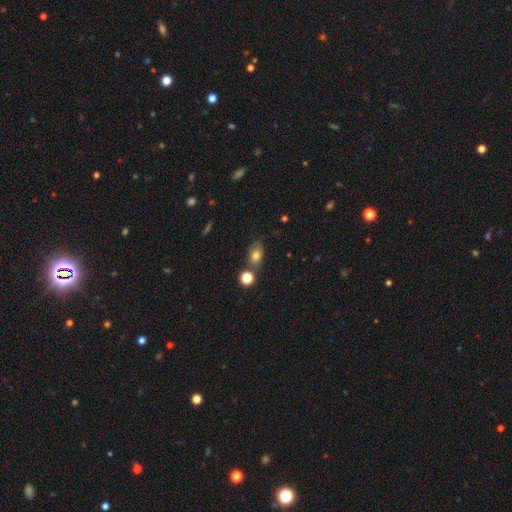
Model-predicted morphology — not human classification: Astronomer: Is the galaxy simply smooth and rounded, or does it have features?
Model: smooth — 77%.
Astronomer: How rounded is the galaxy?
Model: in between — 75%.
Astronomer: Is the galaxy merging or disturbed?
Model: none — 63%.